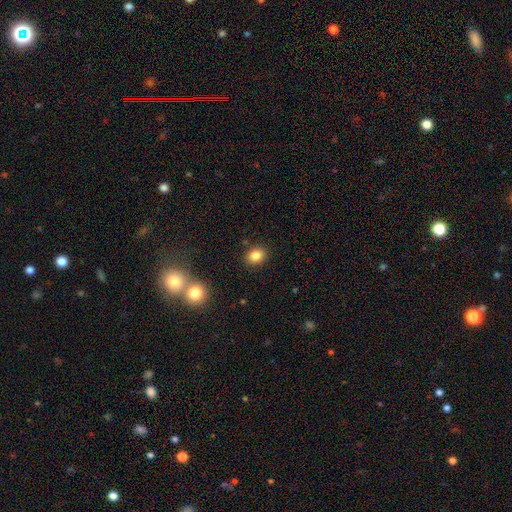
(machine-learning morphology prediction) Smooth or featured?
  - smooth: 84% *
  - star or artifact: 10%
  - featured or disk: 5%
How rounded?
  - in between: 58% *
  - round: 41%
  - cigar-shaped: 1%
Merging?
  - none: 87% *
  - minor disturbance: 8%
  - major disturbance: 3%
  - merger: 2%